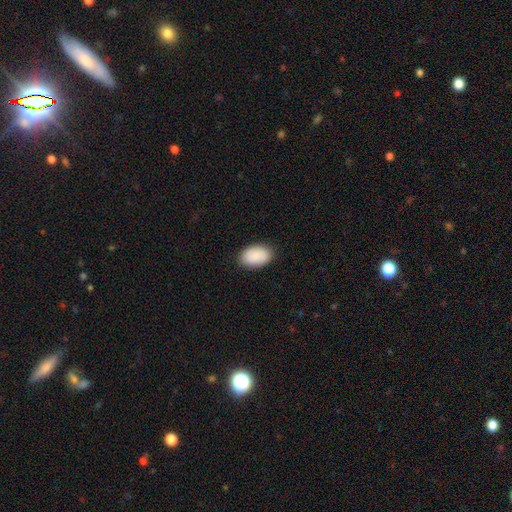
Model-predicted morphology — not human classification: A smooth galaxy with no disk features (90%) that is in between round and cigar-shaped (92%).

Vote fractions:
- Smooth or featured? smooth: 90% / star or artifact: 6% / featured or disk: 5%
- How rounded? in between: 92% / round: 7% / cigar-shaped: 1%
- Merging? none: 88% / minor disturbance: 9% / major disturbance: 2% / merger: 1%